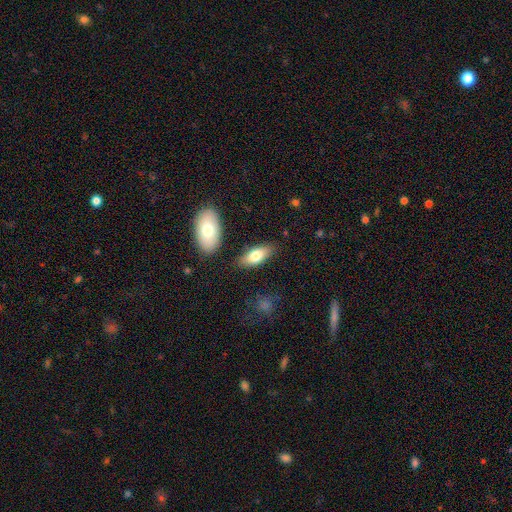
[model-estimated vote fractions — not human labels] Smooth or featured?
  - smooth: 74% *
  - featured or disk: 20%
  - star or artifact: 6%
How rounded?
  - in between: 82% *
  - cigar-shaped: 15%
  - round: 2%
Merging?
  - none: 80% *
  - minor disturbance: 12%
  - merger: 5%
  - major disturbance: 3%